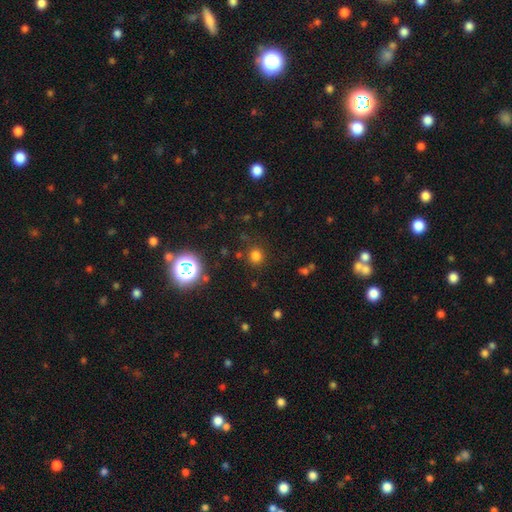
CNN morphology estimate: The model was most divided on "smooth or featured": smooth: 74%, star or artifact: 21%, featured or disk: 5%. More confident: how rounded — round (88%); merging — none (83%).